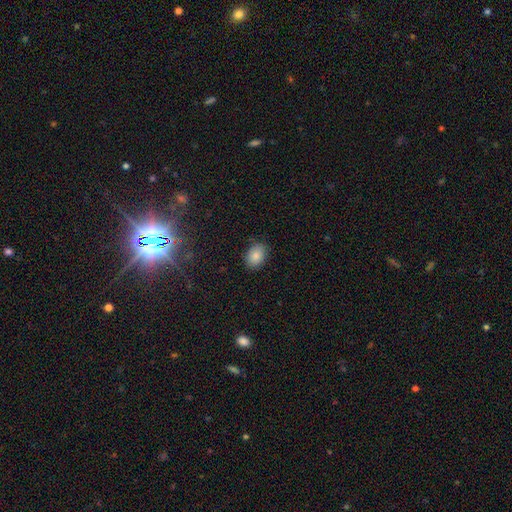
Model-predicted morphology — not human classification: This appears to be a smooth galaxy with no disk features (86%) that is in between round and cigar-shaped (77%). Merging: none (85%).